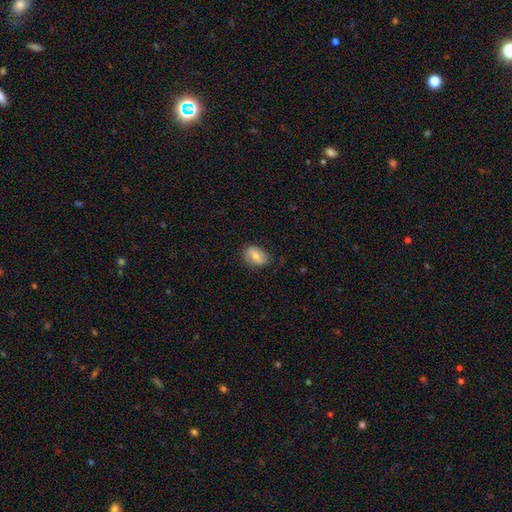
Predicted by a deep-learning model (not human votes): Smooth or featured? Predicted: smooth (p=0.65). How rounded? Predicted: in between (p=0.80). Merging? Predicted: none (p=0.75).